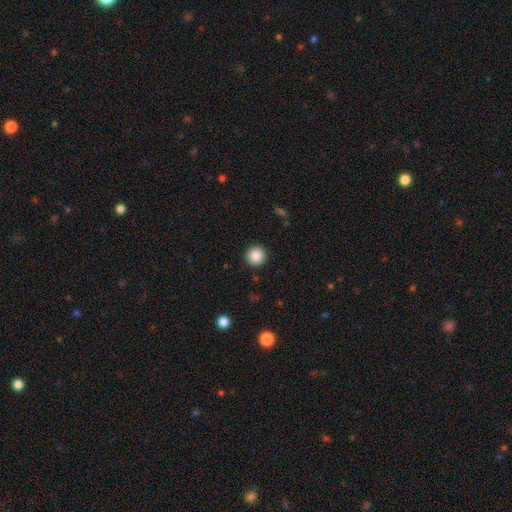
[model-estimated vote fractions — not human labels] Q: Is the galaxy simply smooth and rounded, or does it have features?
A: smooth — 87%.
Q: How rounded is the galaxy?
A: round — 96%.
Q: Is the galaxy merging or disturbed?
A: none — 93%.